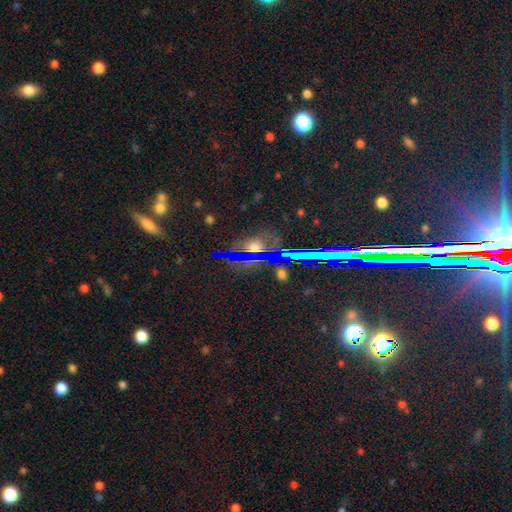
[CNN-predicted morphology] smooth_or_featured: star or artifact (p=0.68) [alt: smooth p=0.19]